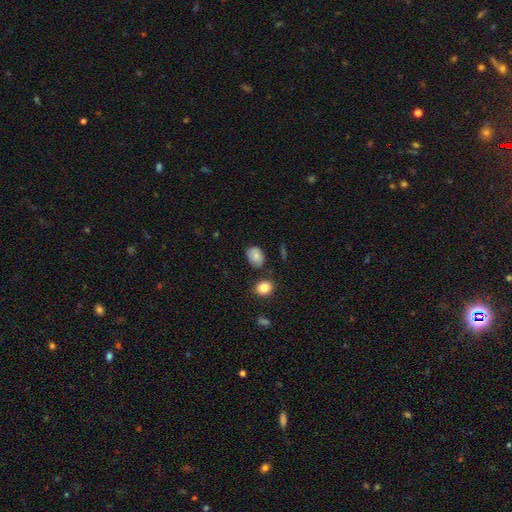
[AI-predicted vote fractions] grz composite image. It shows a smooth galaxy with no disk features (82%) that is in between round and cigar-shaped (74%). Merging: none (70%).